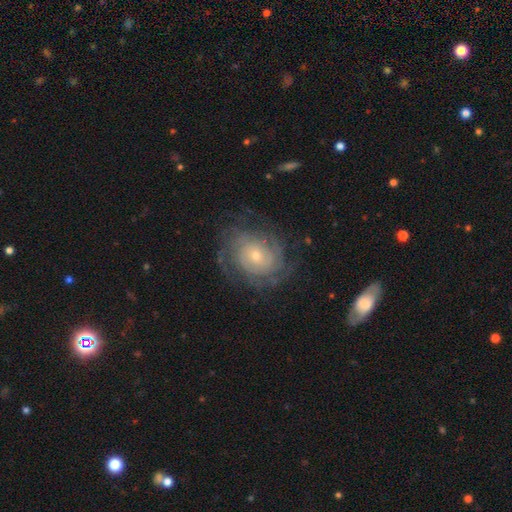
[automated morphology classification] Overall: featured or disk (78%). Edge-on disk: no (97%). Bar: no (77%). Spiral arms: yes (91%). Spiral arm count: can't tell (48%; 2 14%). Spiral winding: tight (71%). Bulge size: small (65%; moderate 30%). Merging: none (74%).